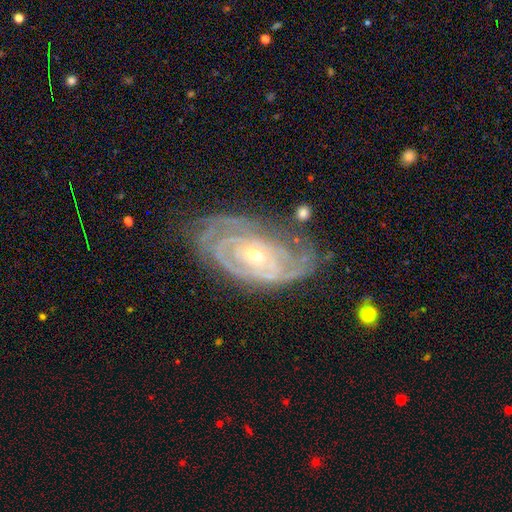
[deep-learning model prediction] smooth_or_featured: featured or disk (p=0.88) [alt: smooth p=0.06]
disk_edge_on: no (p=0.94) [alt: yes p=0.06]
bar: no (p=0.69) [alt: weak p=0.22]
has_spiral_arms: yes (p=0.95) [alt: no p=0.05]
spiral_winding: tight (p=0.80) [alt: medium p=0.17]
spiral_arm_count: can't tell (p=0.31) [alt: 2 p=0.25]
bulge_size: small (p=0.60) [alt: moderate p=0.37]
merging: none (p=0.68) [alt: minor disturbance p=0.21]